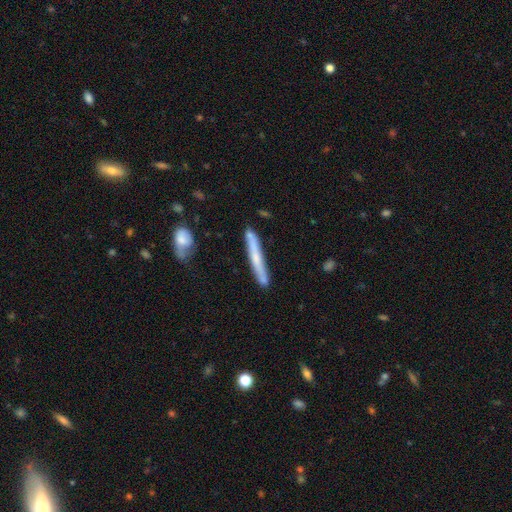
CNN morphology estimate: Smooth or featured? Predicted: smooth (p=0.48). Merging? Predicted: none (p=0.79).